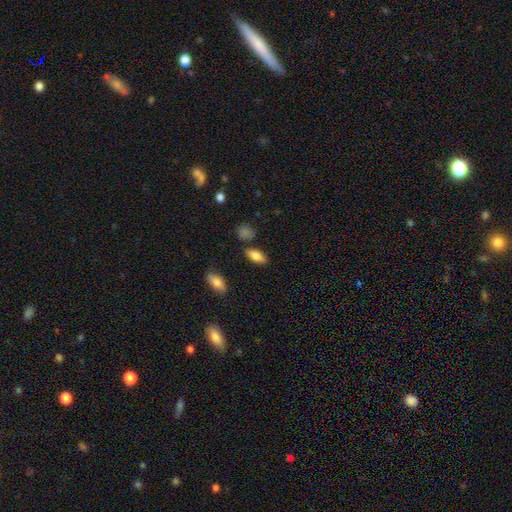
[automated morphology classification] Smooth or featured? Predicted: smooth (p=0.79). How rounded? Predicted: in between (p=0.79). Merging? Predicted: none (p=0.82).